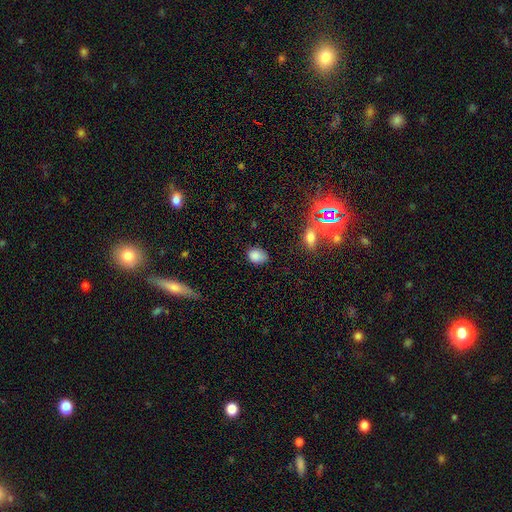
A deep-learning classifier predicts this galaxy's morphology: A smooth galaxy with no disk features (83%) that is in between round and cigar-shaped (68%). Merging: none (68%).